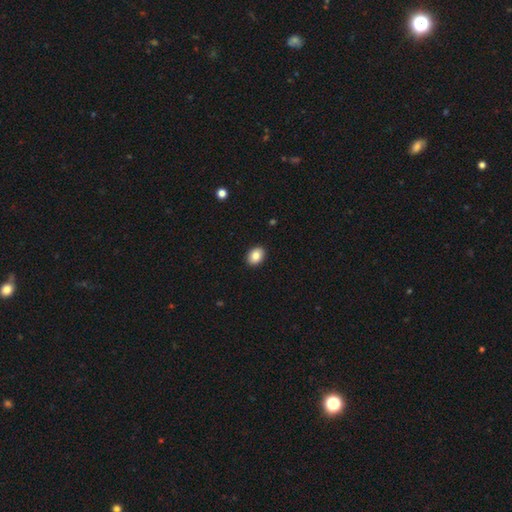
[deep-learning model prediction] smooth 86%, star or artifact 8%, featured or disk 6%. Down the decision tree: how rounded — in between (71%); merging — none (91%).